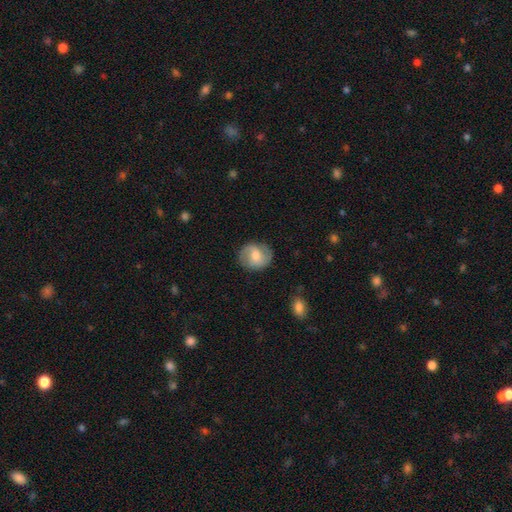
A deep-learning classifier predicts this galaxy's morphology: Overall: featured or disk (51%; smooth 42%). Edge-on disk: no (97%). Merging: none (82%).